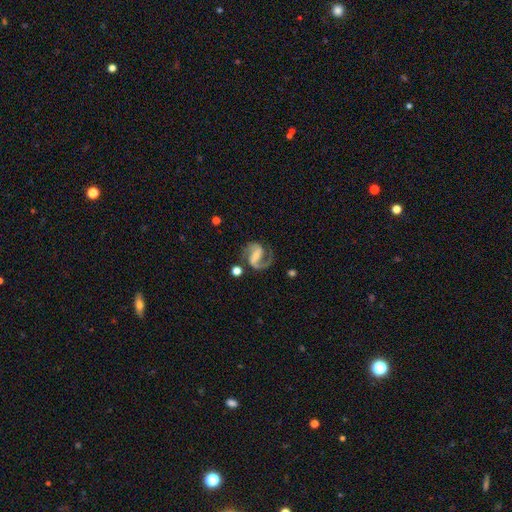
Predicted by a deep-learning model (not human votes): Smooth or featured?
  - featured or disk: 88% *
  - smooth: 7%
  - star or artifact: 5%
Edge-on disk?
  - no: 98% *
  - yes: 2%
Bar?
  - strong: 44% *
  - weak: 39%
  - no: 17%
Spiral arms?
  - yes: 97% *
  - no: 3%
Spiral winding?
  - medium: 57% *
  - loose: 24%
  - tight: 19%
Spiral arm count?
  - 2: 84% *
  - 1: 11%
  - can't tell: 2%
  - 3: 1%
  - 4: 1%
  - more than 4: 1%
Bulge size?
  - small: 44% *
  - none: 25%
  - moderate: 24%
  - large: 5%
  - dominant: 1%
Merging?
  - none: 70% *
  - minor disturbance: 16%
  - major disturbance: 11%
  - merger: 4%